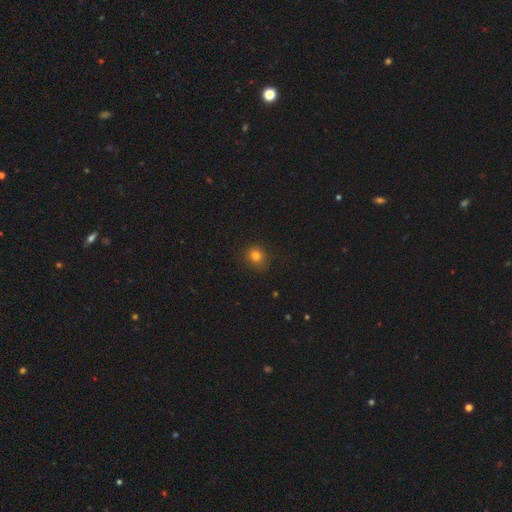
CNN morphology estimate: type=smooth (79%); roundness=round (80%); merging=none (85%).